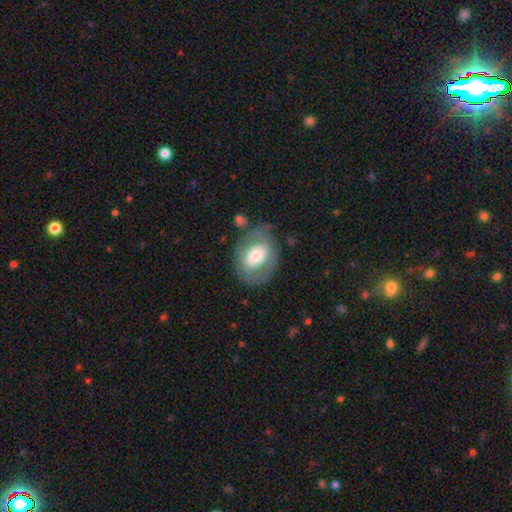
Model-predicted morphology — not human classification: Overall: smooth (50%; featured or disk 42%). How rounded: in between (66%; round 33%). Merging: none (68%).